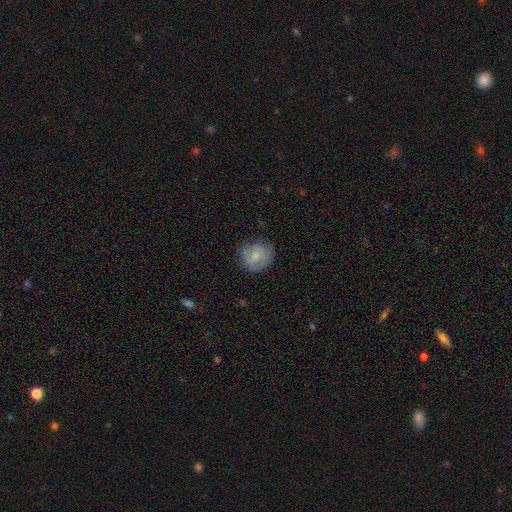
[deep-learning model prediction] Overall: smooth (64%; featured or disk 29%). How rounded: round (83%). Merging: none (75%).